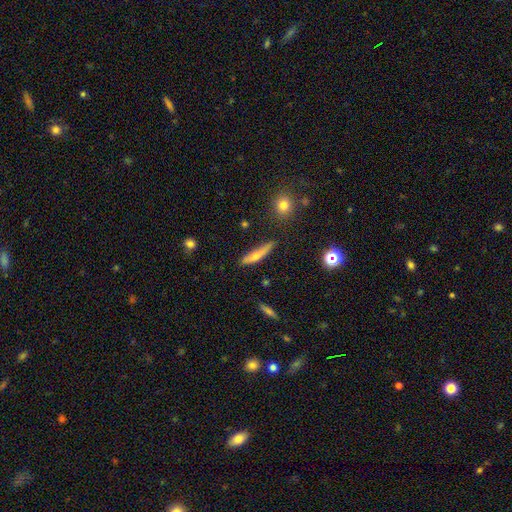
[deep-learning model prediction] This is possibly a smooth galaxy (52%). How rounded: clearly cigar-shaped (80%). Merging: likely none (71%).